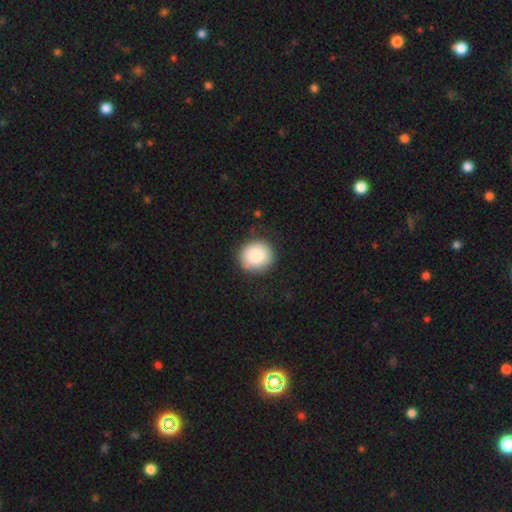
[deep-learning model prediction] Overall: smooth (86%). How rounded: round (88%). Merging: none (83%).